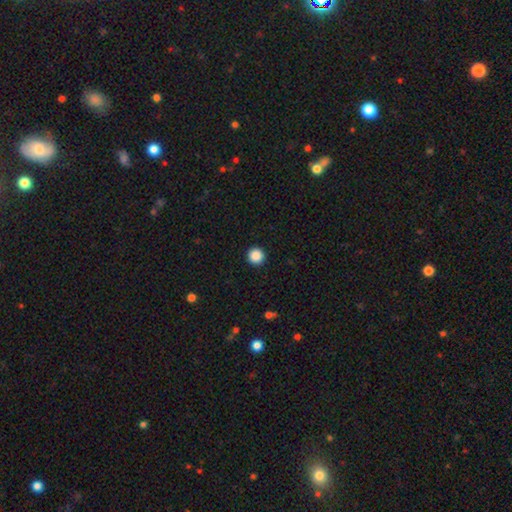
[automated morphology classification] Smooth or featured? Predicted: smooth (p=0.88). How rounded? Predicted: round (p=0.96). Merging? Predicted: none (p=0.94).